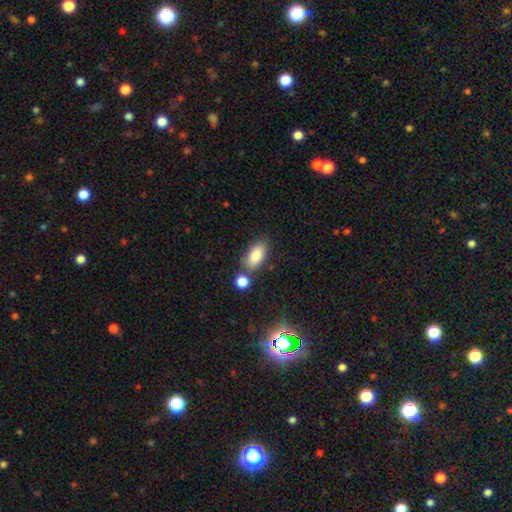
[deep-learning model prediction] Morphology: type=smooth (83%); roundness=in between (89%); merging=none (68%).